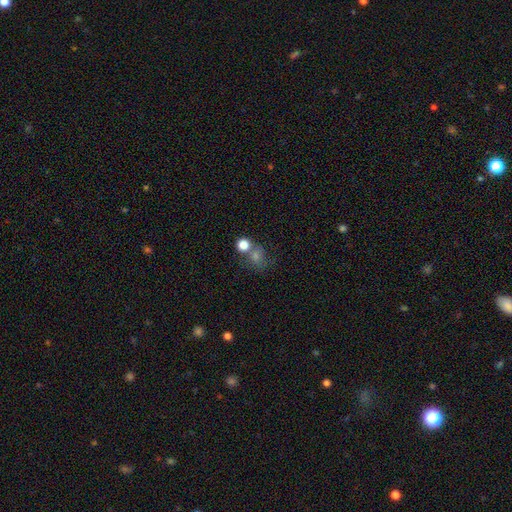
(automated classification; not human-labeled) smooth-or-featured: smooth: 52% | star or artifact: 28% | featured or disk: 20%
  how-rounded: round: 76% | in between: 22% | cigar-shaped: 1%
  merging: none: 51% | merger: 26% | minor disturbance: 14% | major disturbance: 9%